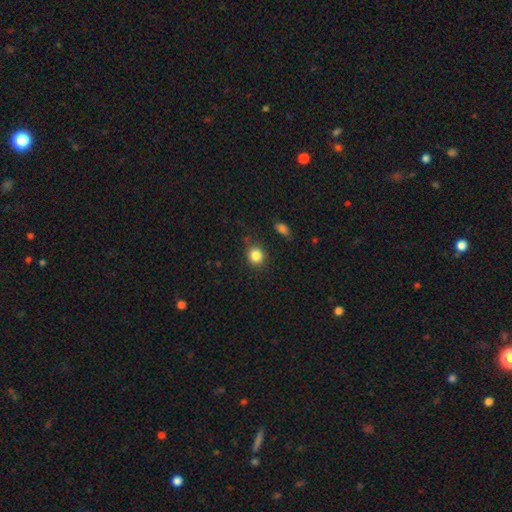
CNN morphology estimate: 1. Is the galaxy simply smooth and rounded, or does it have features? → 84% smooth, 10% star or artifact, 5% featured or disk.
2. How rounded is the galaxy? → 82% round, 17% in between, 1% cigar-shaped.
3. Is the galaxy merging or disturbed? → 82% none, 12% minor disturbance, 3% major disturbance, 2% merger.